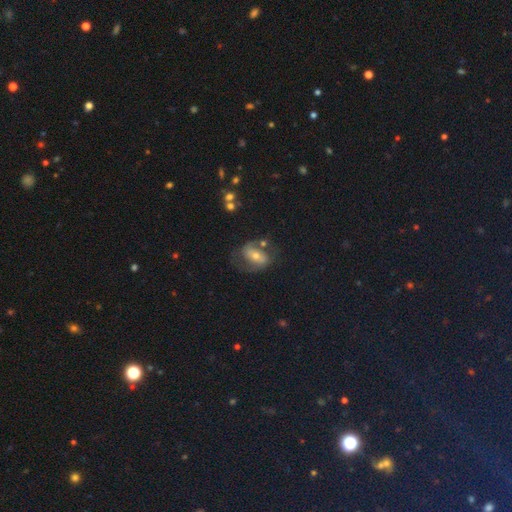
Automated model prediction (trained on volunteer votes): smooth-or-featured: featured or disk: 66% | smooth: 24% | star or artifact: 10%
  disk-edge-on: no: 95% | yes: 5%
    bar: weak: 34% | strong: 33% | no: 33%
    has-spiral-arms: yes: 83% | no: 17%
      spiral-winding: medium: 46% | loose: 32% | tight: 23%
      spiral-arm-count: 2: 82% | can't tell: 9% | 1: 5% | 3: 2% | 4: 1% | more than 4: 1%
    bulge-size: moderate: 52% | small: 41% | large: 4% | none: 2% | dominant: 1%
  merging: none: 60% | minor disturbance: 19% | major disturbance: 15% | merger: 6%